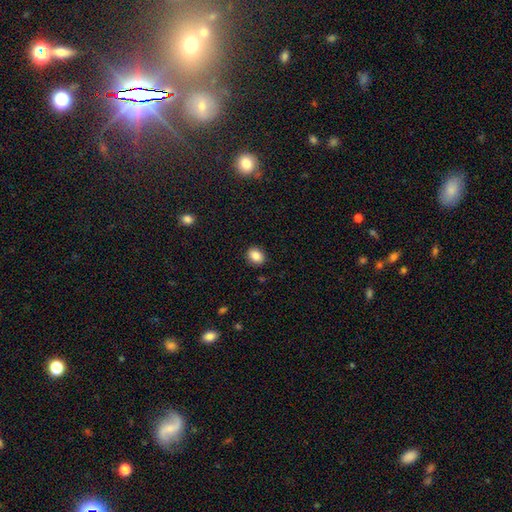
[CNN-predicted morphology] Smooth or featured? smooth (86%)
How rounded? in between (57%)
Merging? none (89%)